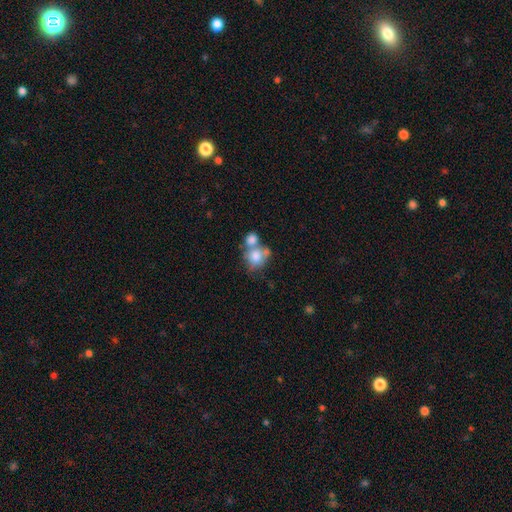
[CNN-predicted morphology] Q: Smooth or featured?
A: smooth (73%); runner-up: featured or disk (19%)
Q: How rounded?
A: round (62%); runner-up: in between (36%)
Q: Merging?
A: merger (54%); runner-up: none (28%)